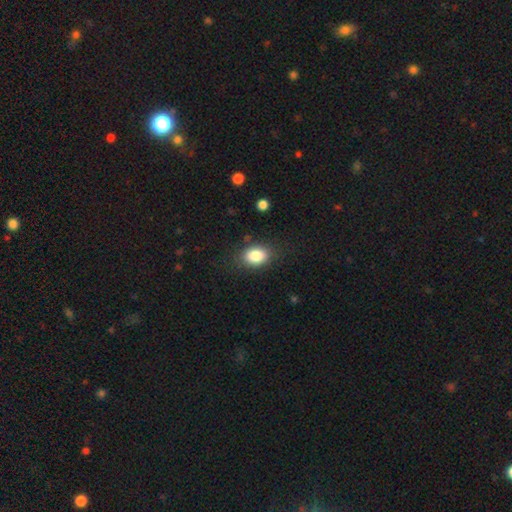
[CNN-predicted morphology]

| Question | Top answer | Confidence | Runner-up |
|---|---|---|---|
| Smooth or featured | smooth | 85% | star or artifact (8%) |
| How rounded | in between | 79% | round (19%) |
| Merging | none | 82% | minor disturbance (13%) |